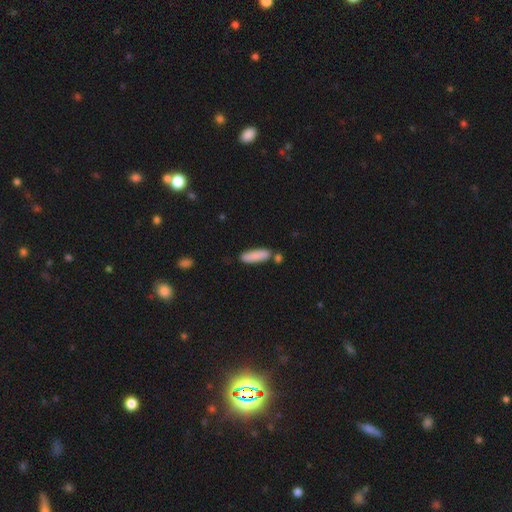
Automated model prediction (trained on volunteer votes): Smooth or featured? Predicted: smooth (p=0.85). How rounded? Predicted: cigar-shaped (p=0.59). Merging? Predicted: none (p=0.75).